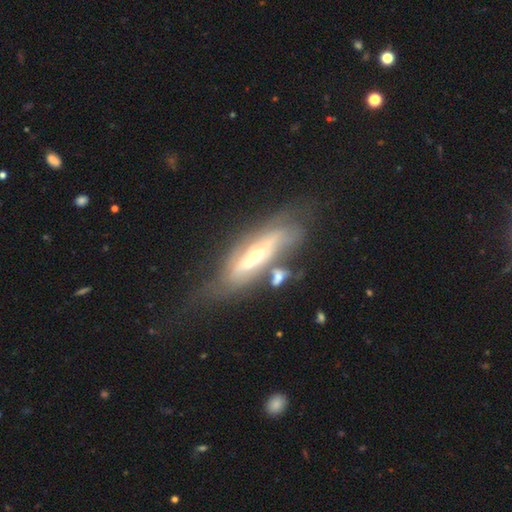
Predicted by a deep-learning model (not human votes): A featured or disk galaxy (74%) with no bar (55%), spiral arms (60%) and a moderate central bulge (54%). Merging: none (45%).